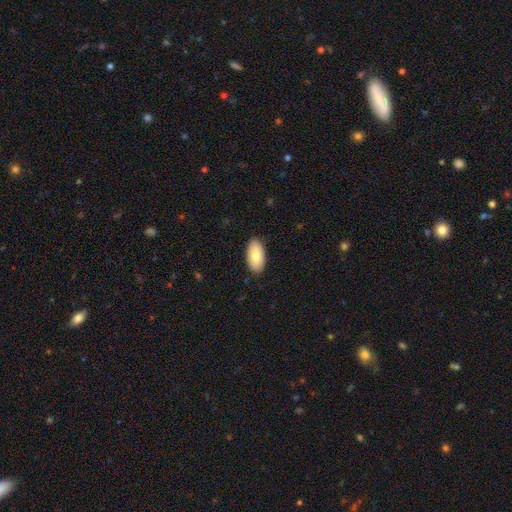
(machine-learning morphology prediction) A smooth galaxy with no disk features (79%) that is in between round and cigar-shaped (95%). Merging: none (88%).